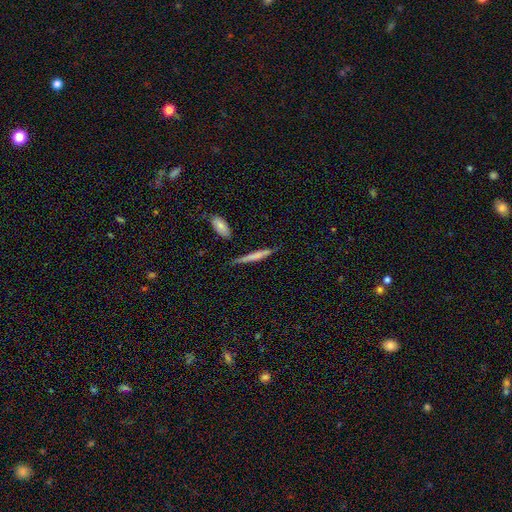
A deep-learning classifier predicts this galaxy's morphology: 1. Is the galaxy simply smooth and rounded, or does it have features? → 59% smooth, 35% featured or disk, 6% star or artifact.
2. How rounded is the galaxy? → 93% cigar-shaped, 5% in between, 2% round.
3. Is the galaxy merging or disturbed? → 75% none, 17% minor disturbance, 4% merger, 4% major disturbance.